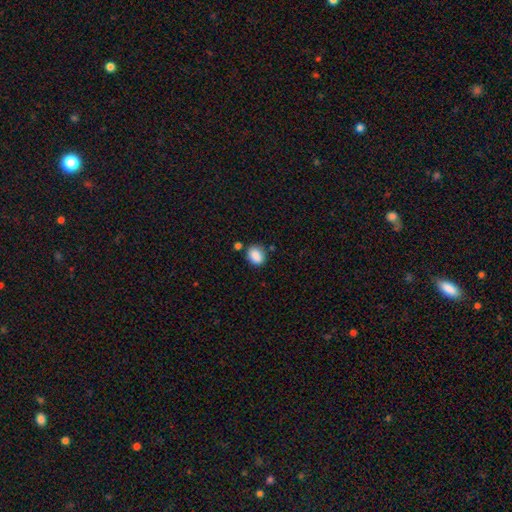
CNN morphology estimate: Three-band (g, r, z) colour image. It shows a smooth galaxy with no disk features (87%) that is in between round and cigar-shaped (52%). Merging: none (73%).